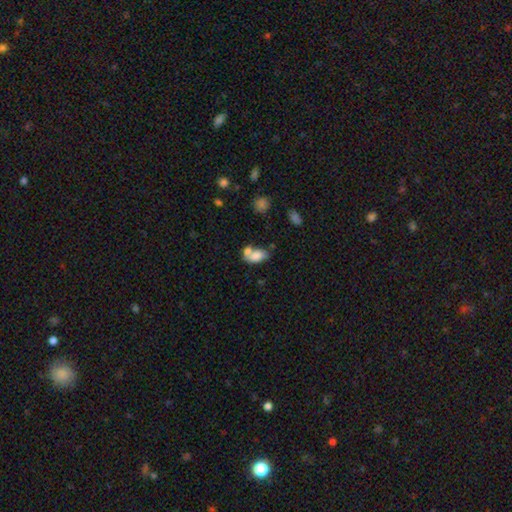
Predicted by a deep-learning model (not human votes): Q: Smooth or featured?
A: smooth (76%); runner-up: featured or disk (16%)
Q: How rounded?
A: in between (89%); runner-up: round (8%)
Q: Merging?
A: merger (49%); runner-up: none (31%)